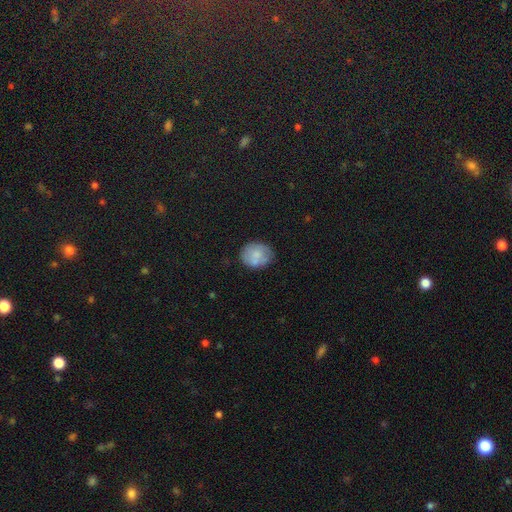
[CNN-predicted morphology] type=smooth (73%); roundness=round (65%); merging=none (67%).